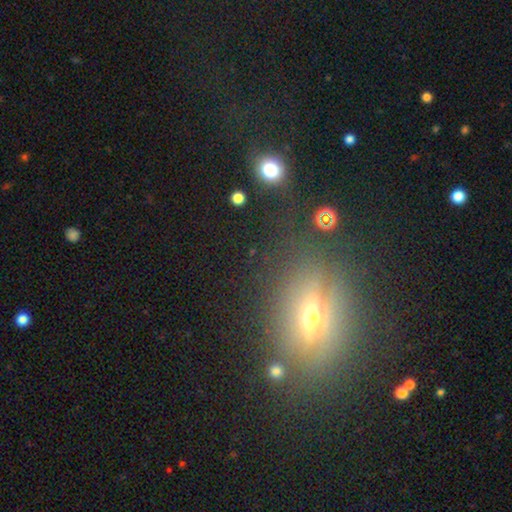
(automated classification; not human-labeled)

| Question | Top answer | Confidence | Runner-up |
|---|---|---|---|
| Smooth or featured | featured or disk | 39% | smooth (32%) |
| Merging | none | 79% | minor disturbance (11%) |